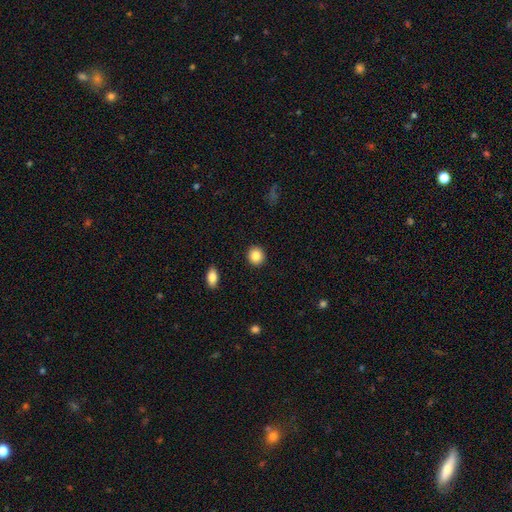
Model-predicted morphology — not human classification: This appears to be a smooth galaxy with no disk features (87%) that is round (85%). Merging: none (92%).